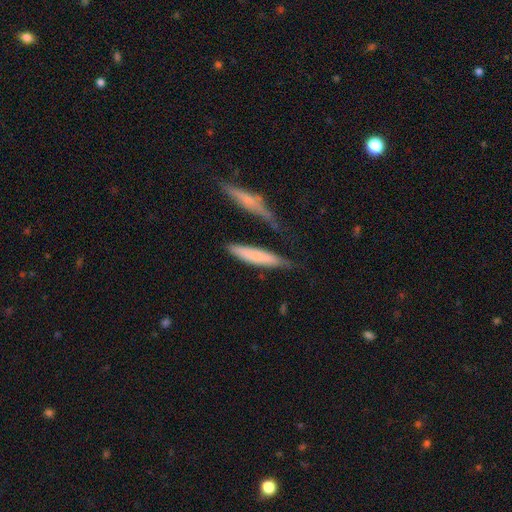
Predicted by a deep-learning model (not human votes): A smooth galaxy with no disk features (66%) that is cigar-shaped (77%). Merging: none (59%).